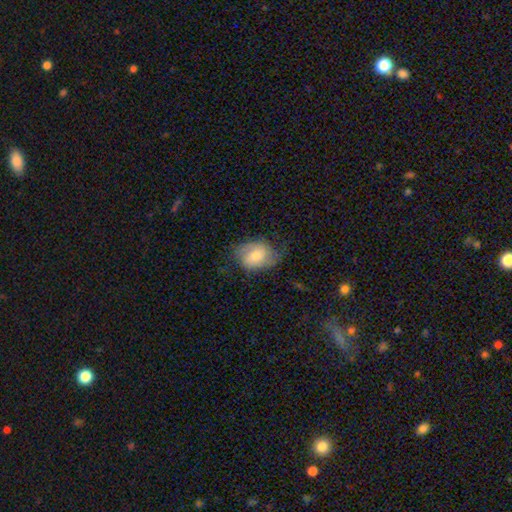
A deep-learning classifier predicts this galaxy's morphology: Q: Smooth or featured?
A: smooth (57%); runner-up: featured or disk (36%)
Q: How rounded?
A: in between (66%); runner-up: round (33%)
Q: Merging?
A: none (54%); runner-up: minor disturbance (30%)